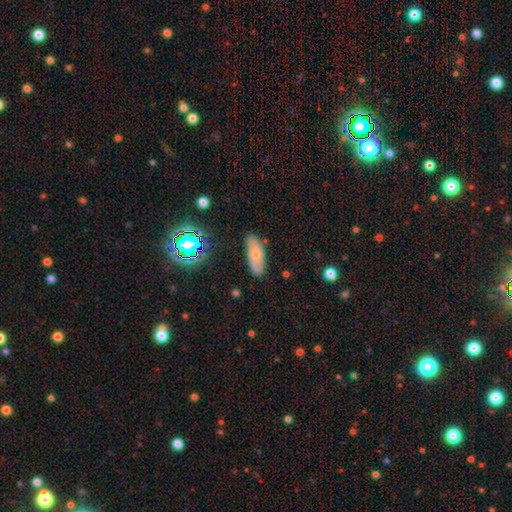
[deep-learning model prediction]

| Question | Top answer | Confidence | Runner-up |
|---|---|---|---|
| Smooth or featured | smooth | 67% | featured or disk (23%) |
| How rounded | in between | 77% | cigar-shaped (21%) |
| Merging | none | 80% | minor disturbance (15%) |